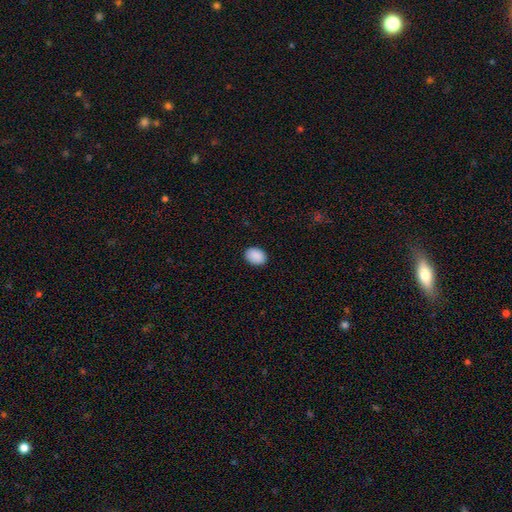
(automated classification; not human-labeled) This is clearly a smooth galaxy (91%). How rounded: likely in between (77%). Merging: clearly none (89%).